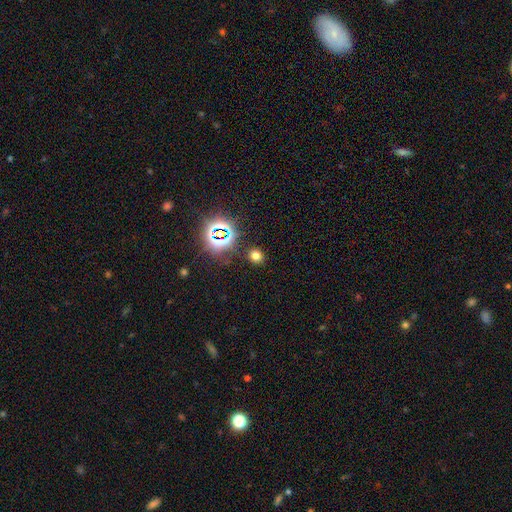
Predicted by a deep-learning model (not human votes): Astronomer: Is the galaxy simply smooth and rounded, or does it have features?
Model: smooth — 68%.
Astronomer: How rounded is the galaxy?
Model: round — 74%.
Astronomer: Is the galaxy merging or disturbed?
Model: none — 87%.